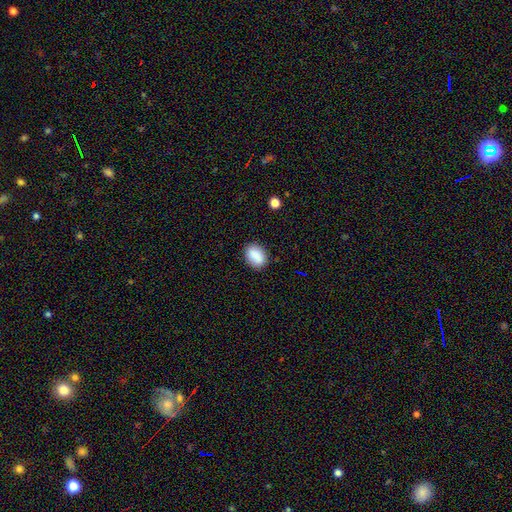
smooth_or_featured: smooth (p=0.92) [alt: featured or disk p=0.08]
how_rounded: in between (p=0.94) [alt: round p=0.06]
merging: none (p=0.77) [alt: minor disturbance p=0.15]